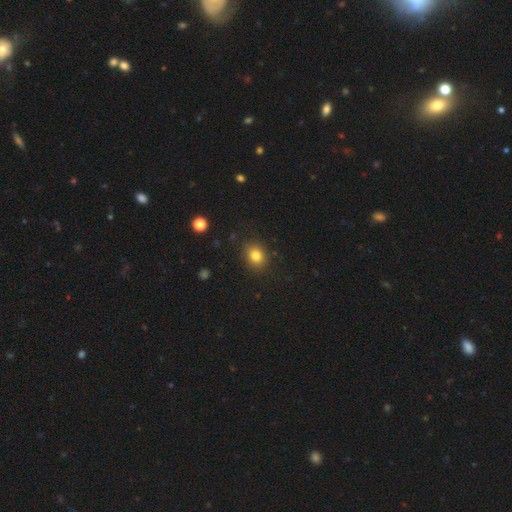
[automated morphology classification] This is clearly a smooth galaxy (82%). How rounded: likely round (61%). Merging: clearly none (87%).